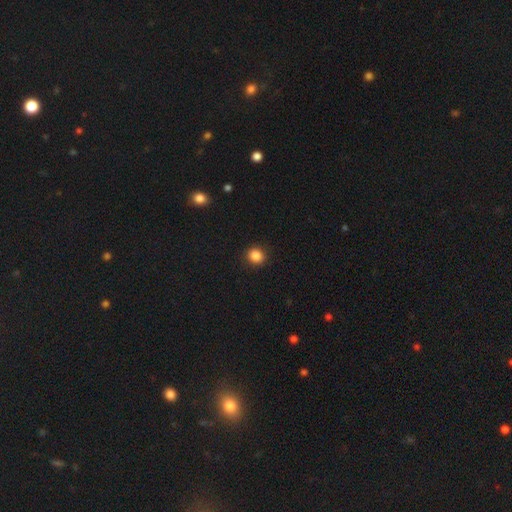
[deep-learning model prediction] This is clearly a smooth galaxy (86%). How rounded: clearly round (84%). Merging: clearly none (91%).